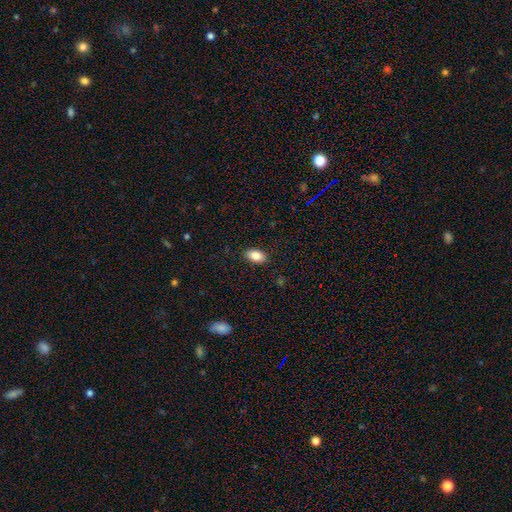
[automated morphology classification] Smooth or featured: smooth — 85% (star or artifact — 8%)
How rounded: in between — 92% (round — 6%)
Merging: none — 89% (minor disturbance — 8%)